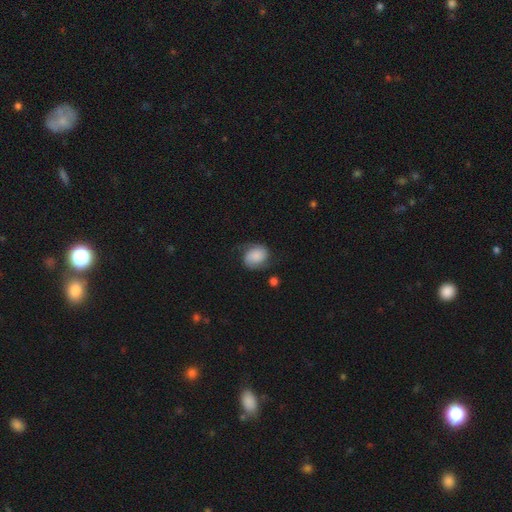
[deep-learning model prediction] The model was most divided on "smooth or featured": smooth: 47%, featured or disk: 44%, star or artifact: 9%. More confident: merging — none (60%).